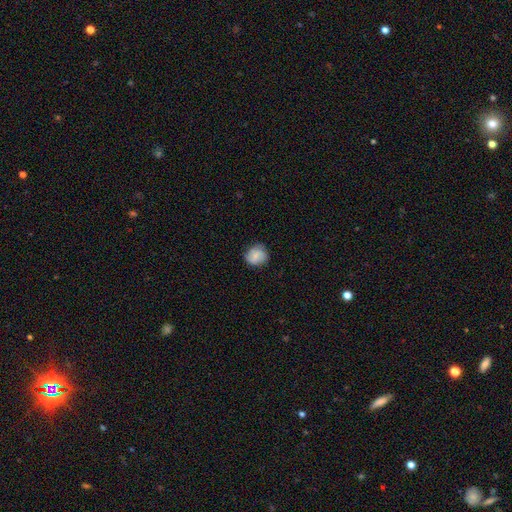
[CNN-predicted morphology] smooth-or-featured: smooth: 73% | featured or disk: 19% | star or artifact: 8%
  how-rounded: round: 81% | in between: 18% | cigar-shaped: 1%
  merging: none: 78% | minor disturbance: 18% | major disturbance: 4% | merger: 1%